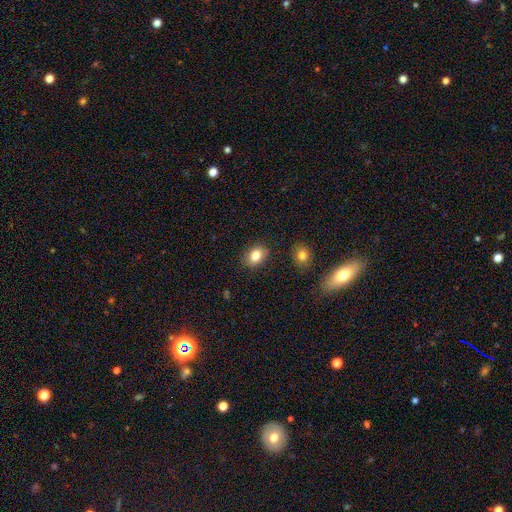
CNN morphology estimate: This is clearly a smooth galaxy (82%). How rounded: likely in between (70%). Merging: clearly none (85%).